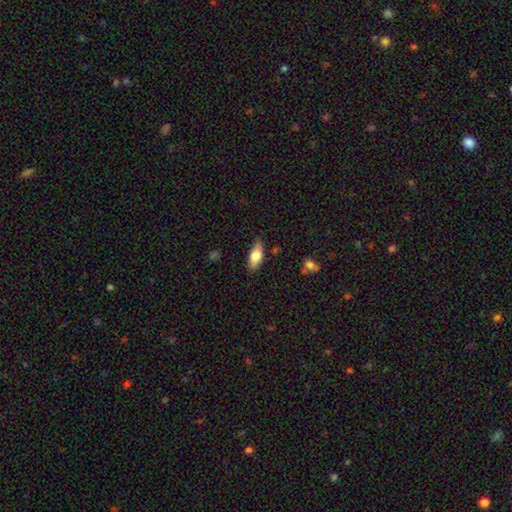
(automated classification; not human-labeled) smooth_or_featured: smooth (p=0.77) [alt: featured or disk p=0.17]
how_rounded: in between (p=0.81) [alt: cigar-shaped p=0.16]
merging: none (p=0.79) [alt: minor disturbance p=0.16]